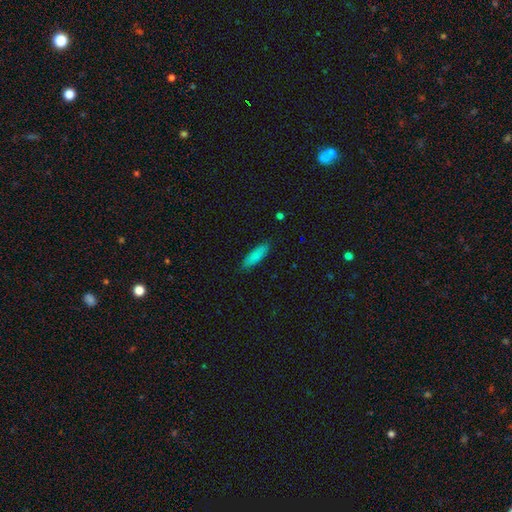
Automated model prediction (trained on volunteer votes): Morphology: type=smooth (84%); roundness=cigar-shaped (52%); merging=none (86%).